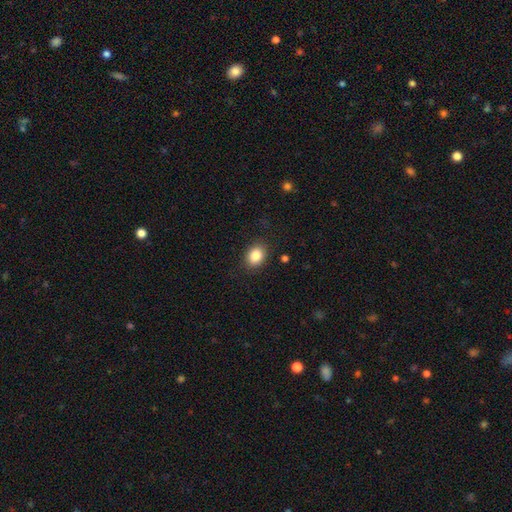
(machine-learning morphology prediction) type=smooth (85%); roundness=in between (59%); merging=none (86%).